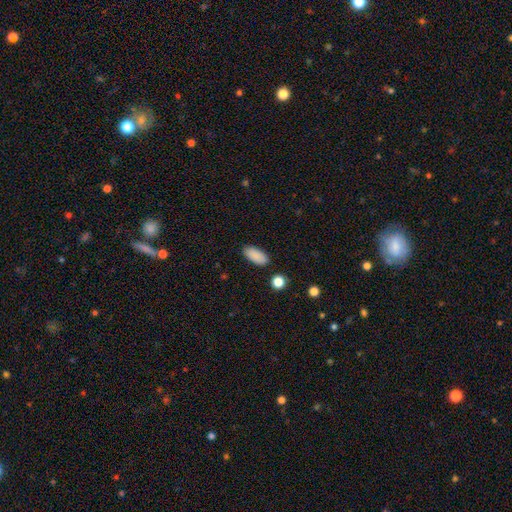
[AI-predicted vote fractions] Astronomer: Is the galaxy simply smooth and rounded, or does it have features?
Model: smooth — 89%.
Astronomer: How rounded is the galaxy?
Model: in between — 89%.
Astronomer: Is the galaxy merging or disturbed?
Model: none — 87%.